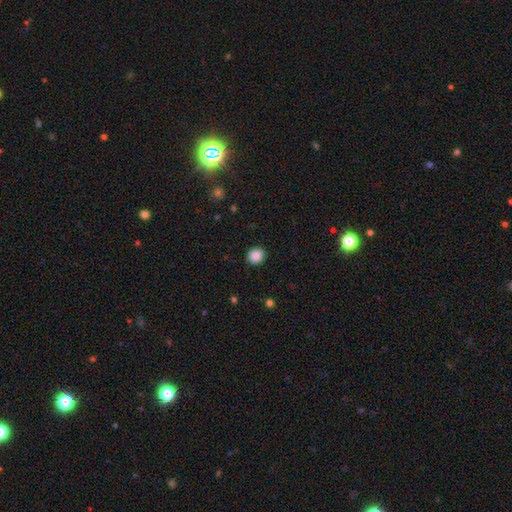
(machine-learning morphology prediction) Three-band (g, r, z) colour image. It shows a smooth galaxy with no disk features (88%) that is round (75%). Merging: none (91%).